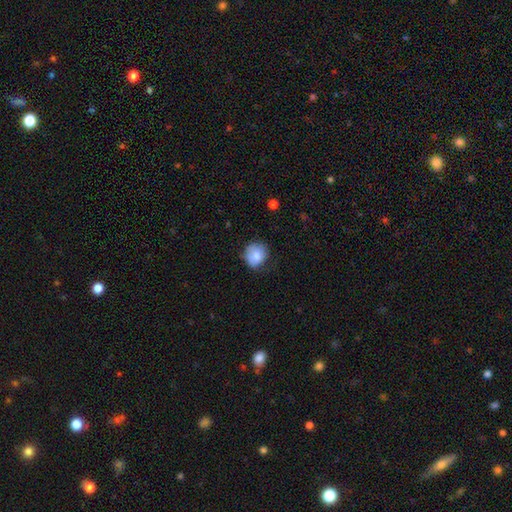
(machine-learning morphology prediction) A smooth galaxy with no disk features (78%) that is round (80%). Merging: none (63%).